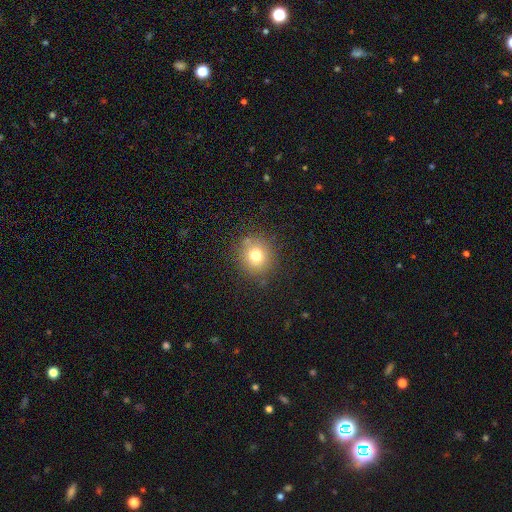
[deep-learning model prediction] A smooth galaxy with no disk features (75%) that is round (87%).

Vote fractions:
- Smooth or featured? smooth: 75% / star or artifact: 14% / featured or disk: 11%
- How rounded? round: 87% / in between: 12% / cigar-shaped: 1%
- Merging? none: 85% / minor disturbance: 10% / major disturbance: 3% / merger: 2%